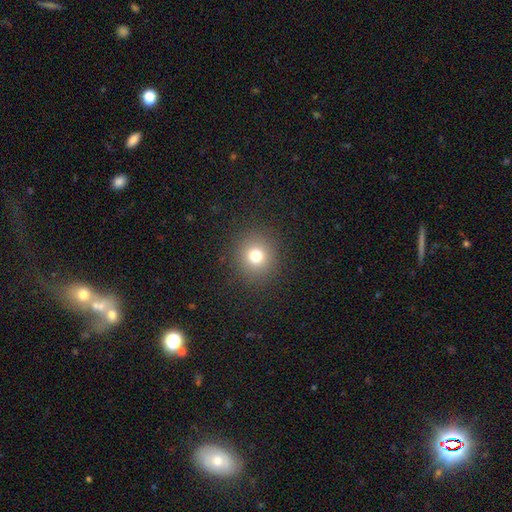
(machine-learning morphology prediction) A smooth galaxy with no disk features (75%) that is round (89%). Merging: none (90%).